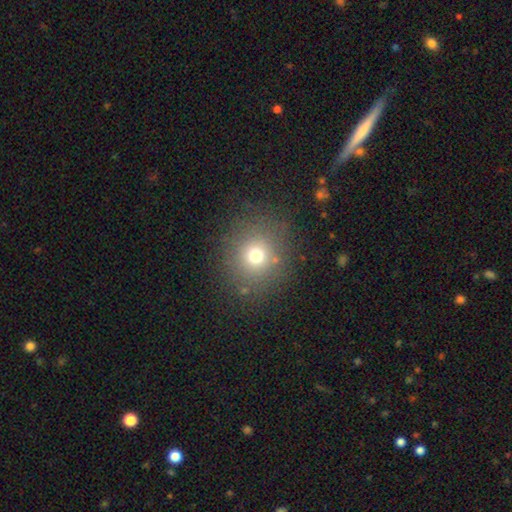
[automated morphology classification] This appears to be a smooth galaxy with no disk features (70%) that is round (86%). Merging: none (84%).